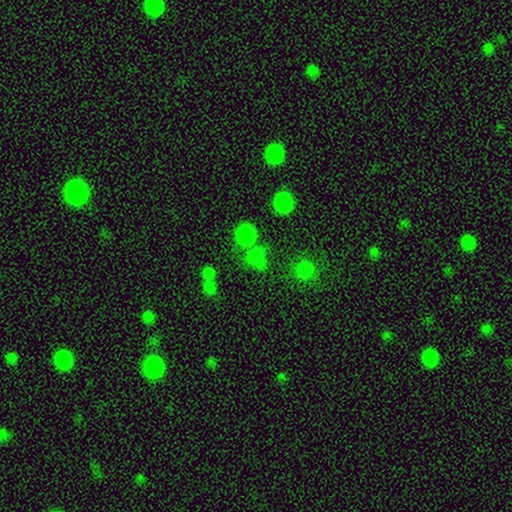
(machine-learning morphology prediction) This appears to be a smooth galaxy with no disk features (61%) that is round (73%). Merging: none (63%).